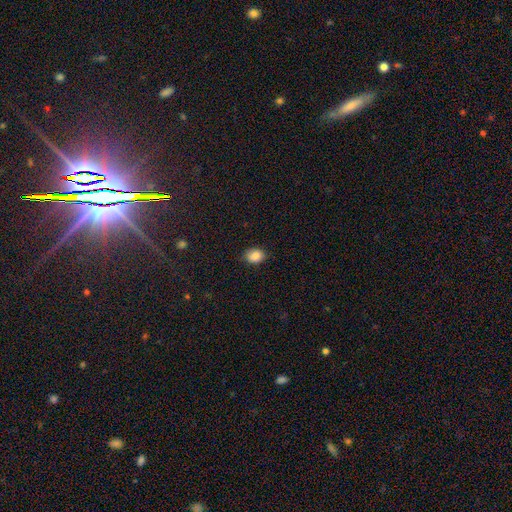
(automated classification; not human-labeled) Smooth or featured: smooth — 86% (star or artifact — 9%)
How rounded: in between — 64% (round — 35%)
Merging: none — 87% (minor disturbance — 10%)